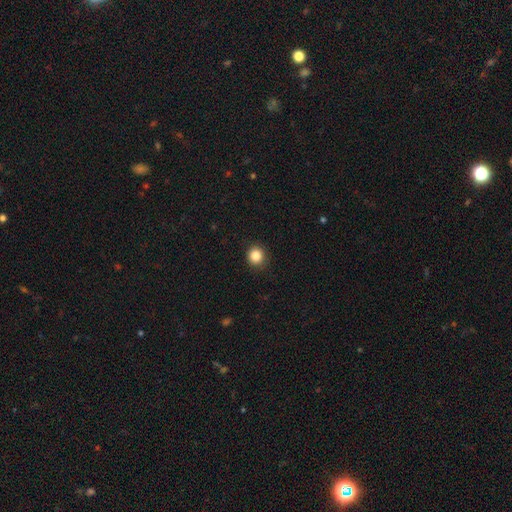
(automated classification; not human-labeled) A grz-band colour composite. It shows a smooth galaxy with no disk features (85%) that is round (90%). Merging: none (91%).